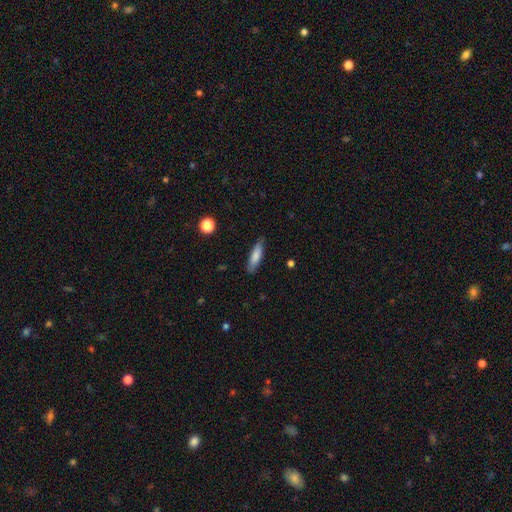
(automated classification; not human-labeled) smooth-or-featured: smooth: 78% | featured or disk: 16% | star or artifact: 7%
  how-rounded: cigar-shaped: 61% | in between: 37% | round: 2%
  merging: none: 81% | minor disturbance: 15% | major disturbance: 3% | merger: 1%